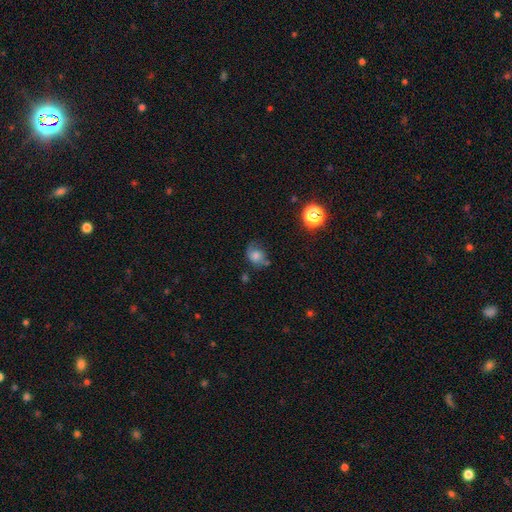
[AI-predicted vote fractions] Morphology: type=smooth (60%); roundness=round (53%); merging=none (45%).